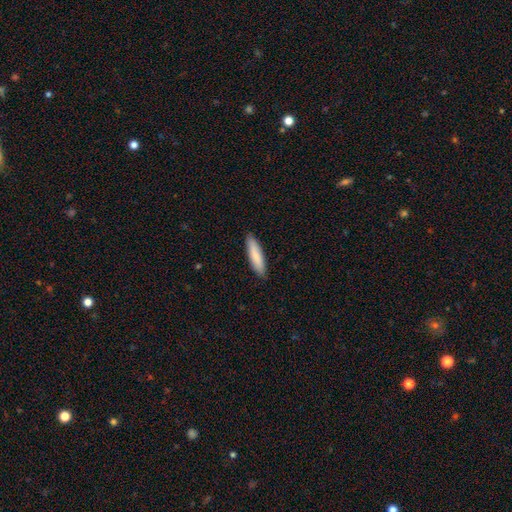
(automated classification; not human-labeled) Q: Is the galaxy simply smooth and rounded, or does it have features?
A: smooth — 84%.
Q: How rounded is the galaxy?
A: cigar-shaped — 74%.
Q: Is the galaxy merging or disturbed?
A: none — 90%.